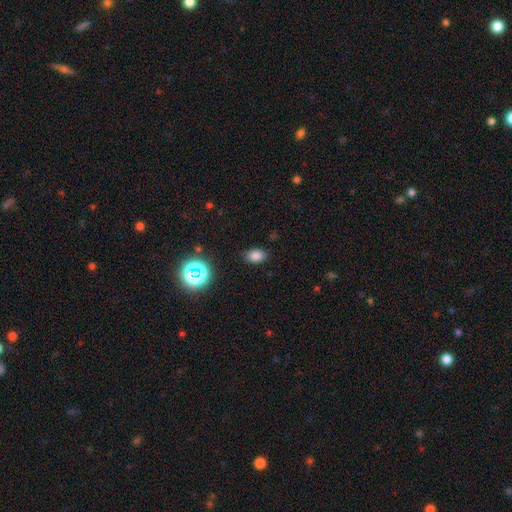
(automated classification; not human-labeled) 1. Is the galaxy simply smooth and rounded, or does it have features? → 77% smooth, 17% star or artifact, 6% featured or disk.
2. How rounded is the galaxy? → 79% in between, 20% round, 1% cigar-shaped.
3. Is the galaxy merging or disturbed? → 85% none, 10% minor disturbance, 3% major disturbance, 1% merger.